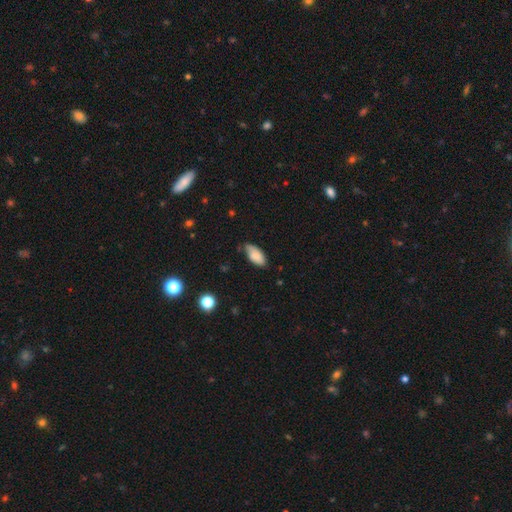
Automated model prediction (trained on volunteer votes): Smooth or featured? Predicted: smooth (p=0.82). How rounded? Predicted: in between (p=0.91). Merging? Predicted: none (p=0.63).